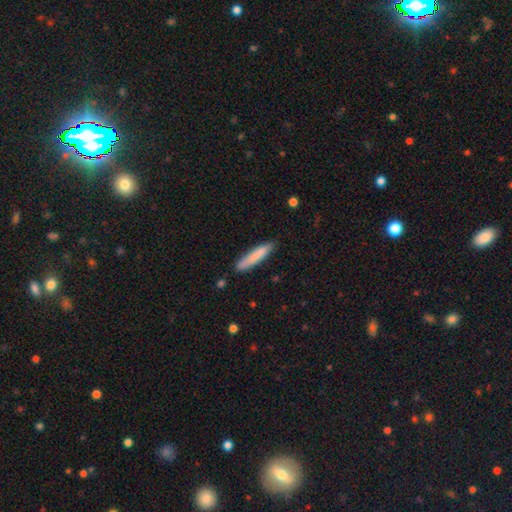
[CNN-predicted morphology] type=smooth (82%); roundness=cigar-shaped (89%); merging=none (84%).